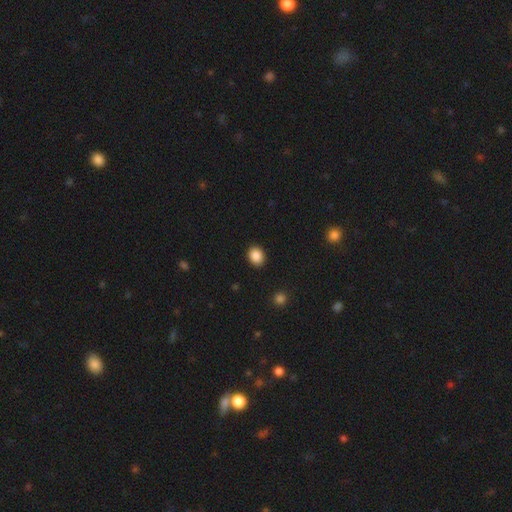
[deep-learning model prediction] Overall: smooth (88%). How rounded: round (56%; in between 44%). Merging: none (90%).